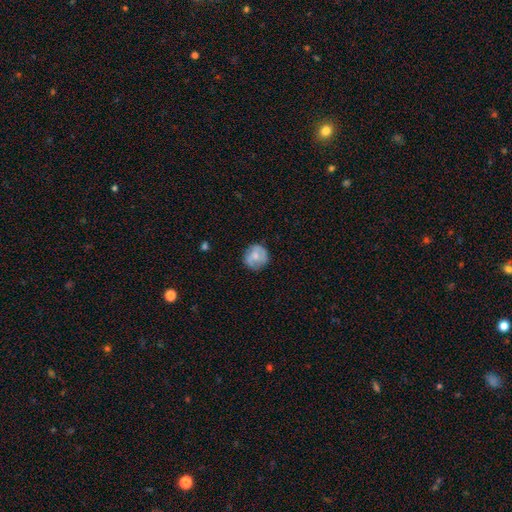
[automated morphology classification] Overall: smooth (62%; featured or disk 30%). How rounded: round (87%). Merging: none (75%).